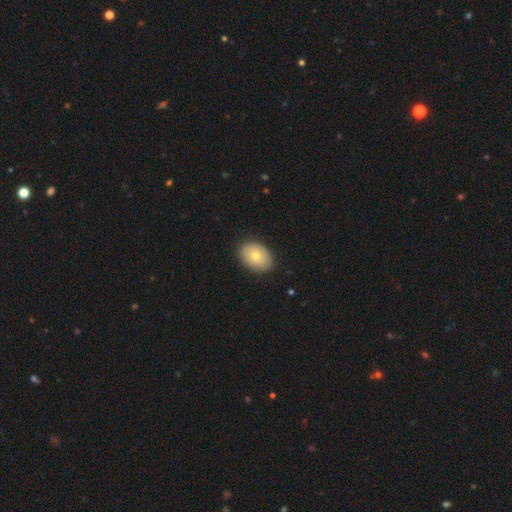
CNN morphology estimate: smooth-or-featured: smooth: 72% | featured or disk: 20% | star or artifact: 8%
  how-rounded: in between: 77% | round: 22% | cigar-shaped: 1%
  merging: none: 87% | minor disturbance: 10% | major disturbance: 2% | merger: 1%